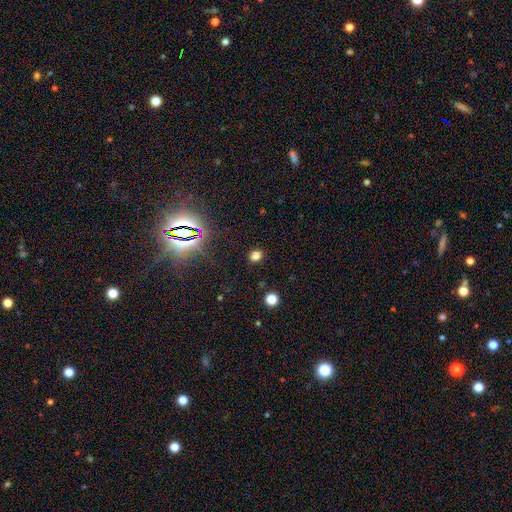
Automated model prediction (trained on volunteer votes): Q: Smooth or featured?
A: smooth (74%); runner-up: star or artifact (21%)
Q: How rounded?
A: round (52%); runner-up: in between (47%)
Q: Merging?
A: none (88%); runner-up: minor disturbance (8%)